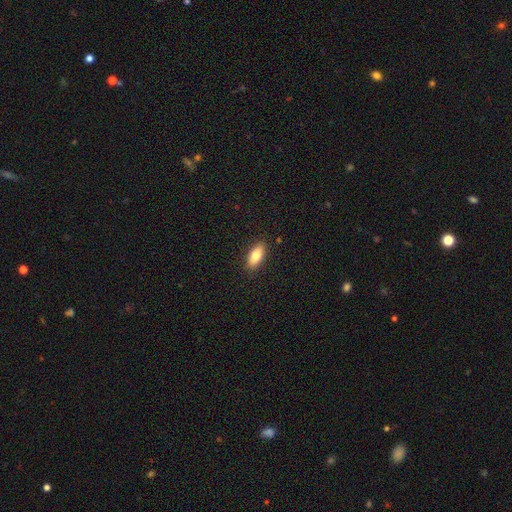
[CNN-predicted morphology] This appears to be a smooth galaxy with no disk features (78%) that is in between round and cigar-shaped (79%). Merging: none (89%).